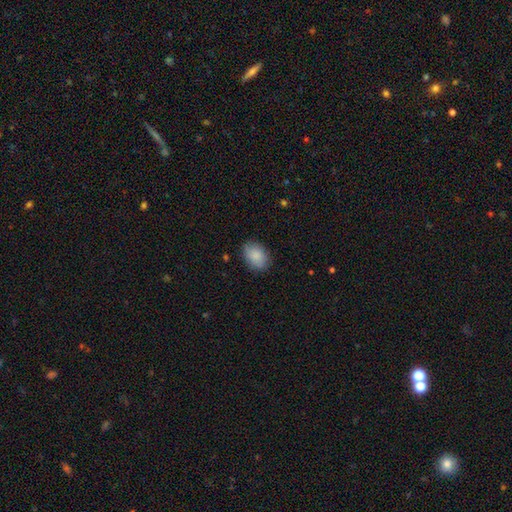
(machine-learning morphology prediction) Smooth or featured: smooth — 88% (star or artifact — 7%)
How rounded: in between — 81% (round — 18%)
Merging: none — 83% (minor disturbance — 13%)